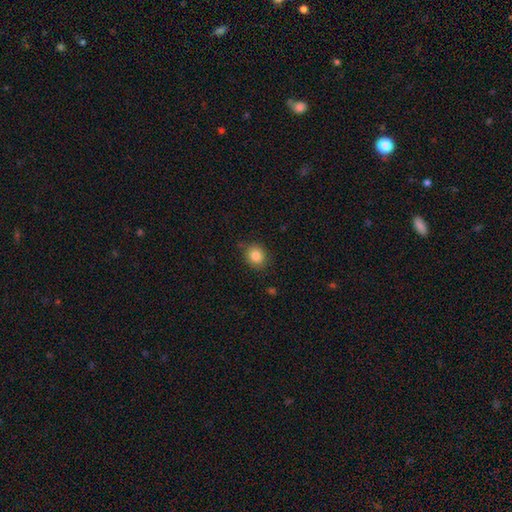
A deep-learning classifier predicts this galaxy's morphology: Q: Smooth or featured?
A: smooth (85%); runner-up: star or artifact (10%)
Q: How rounded?
A: round (73%); runner-up: in between (26%)
Q: Merging?
A: none (83%); runner-up: minor disturbance (13%)